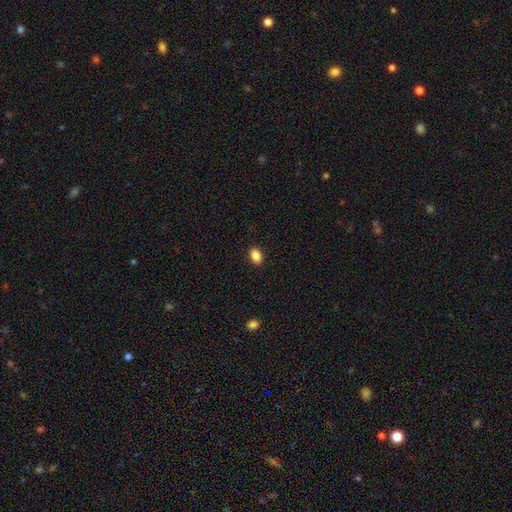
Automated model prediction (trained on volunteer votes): Smooth or featured: smooth — 88% (star or artifact — 9%)
How rounded: in between — 85% (round — 14%)
Merging: none — 90% (minor disturbance — 7%)